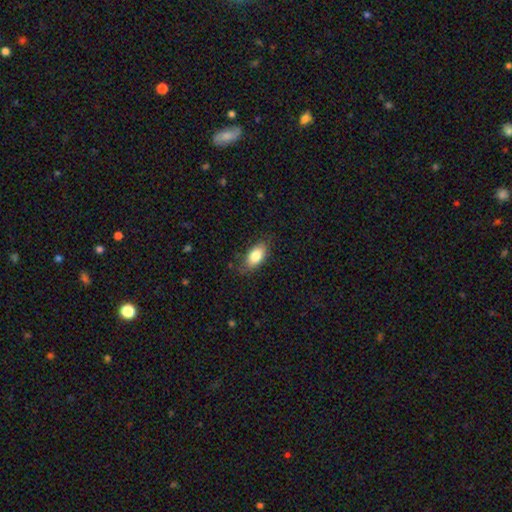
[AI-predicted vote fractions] Smooth or featured? Predicted: smooth (p=0.81). How rounded? Predicted: in between (p=0.90). Merging? Predicted: none (p=0.77).